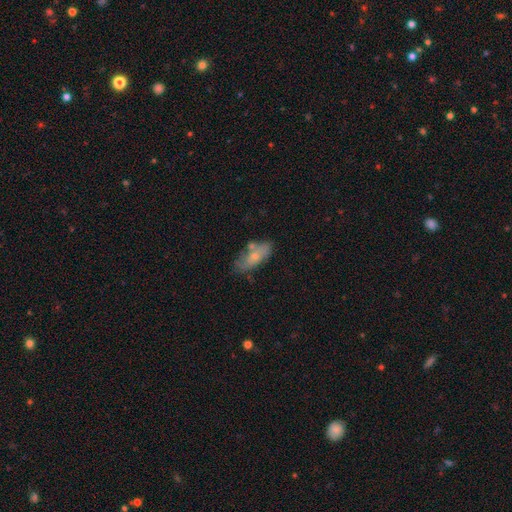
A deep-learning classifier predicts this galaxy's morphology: A smooth galaxy with no disk features (63%) that is in between round and cigar-shaped (81%).

Vote fractions:
- Smooth or featured? smooth: 63% / featured or disk: 30% / star or artifact: 7%
- How rounded? in between: 81% / cigar-shaped: 16% / round: 3%
- Merging? none: 53% / minor disturbance: 25% / merger: 14% / major disturbance: 8%